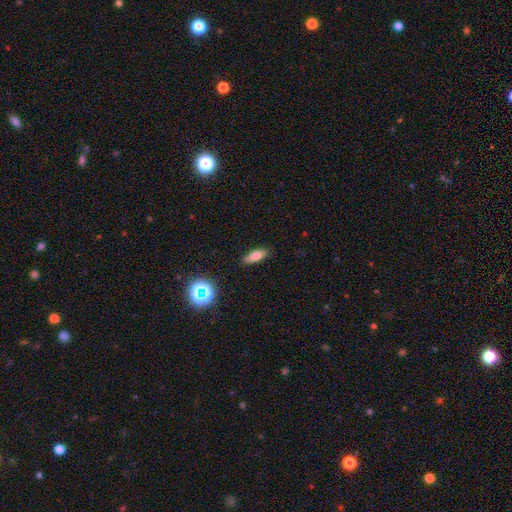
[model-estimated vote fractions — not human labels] Morphology: type=smooth (73%); roundness=in between (60%); merging=none (85%).